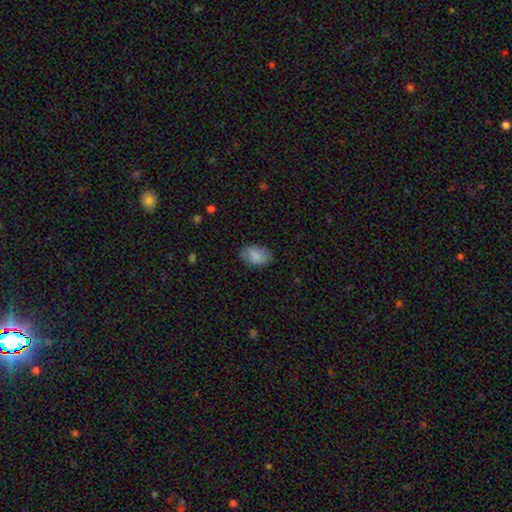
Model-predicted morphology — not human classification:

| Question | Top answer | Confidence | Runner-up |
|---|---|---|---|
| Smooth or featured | smooth | 87% | star or artifact (7%) |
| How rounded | in between | 86% | round (13%) |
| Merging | none | 81% | minor disturbance (15%) |